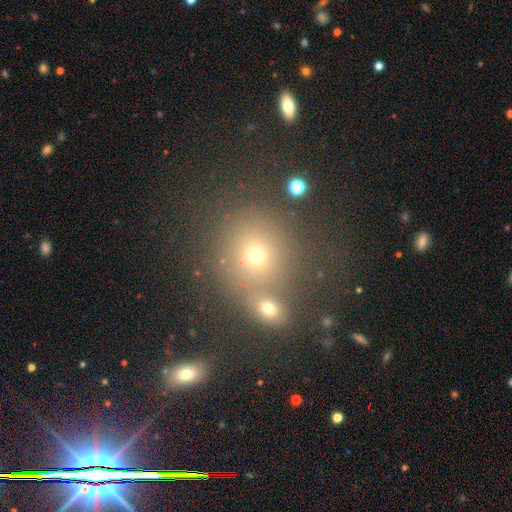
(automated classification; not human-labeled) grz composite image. It shows a smooth galaxy with no disk features (66%) that is round (82%). Merging: none (61%).